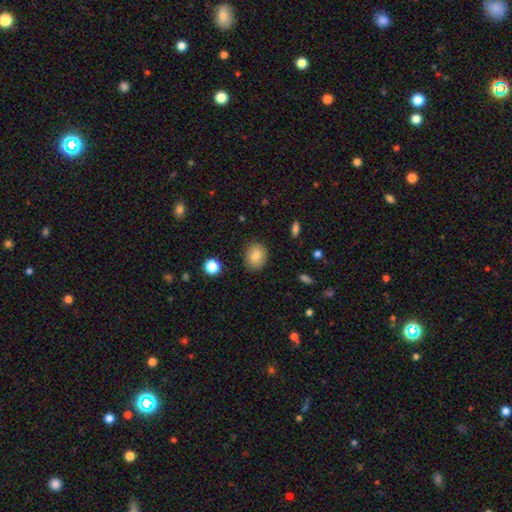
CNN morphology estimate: A smooth galaxy with no disk features (84%) that is round (52%). Merging: none (87%).